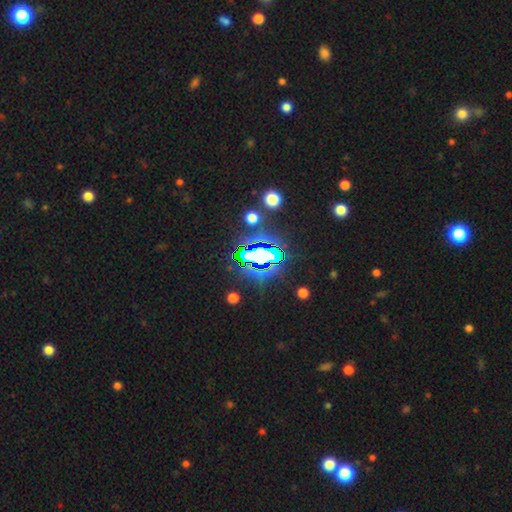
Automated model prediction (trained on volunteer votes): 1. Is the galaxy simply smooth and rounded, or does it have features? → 71% star or artifact, 16% smooth, 13% featured or disk.